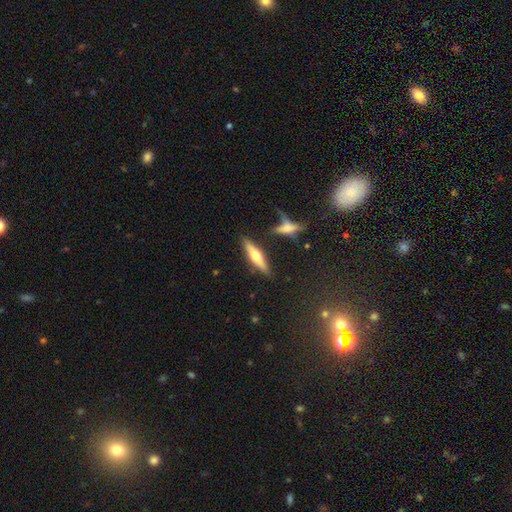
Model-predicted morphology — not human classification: The model was most divided on "smooth or featured": featured or disk: 49%, smooth: 44%, star or artifact: 7%. More confident: merging — none (80%).